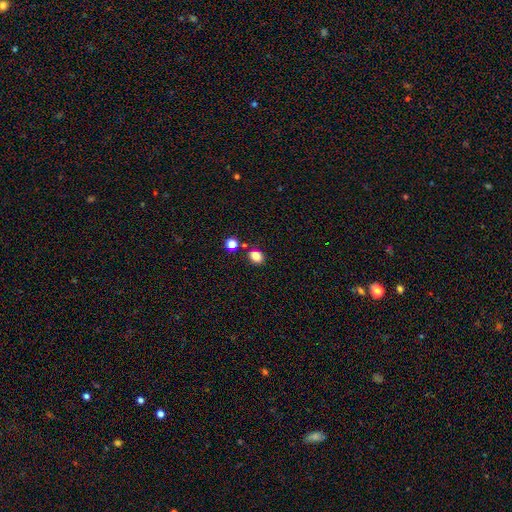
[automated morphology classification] Smooth or featured: smooth — 81% (star or artifact — 13%)
How rounded: round — 51% (in between — 48%)
Merging: none — 81% (minor disturbance — 10%)